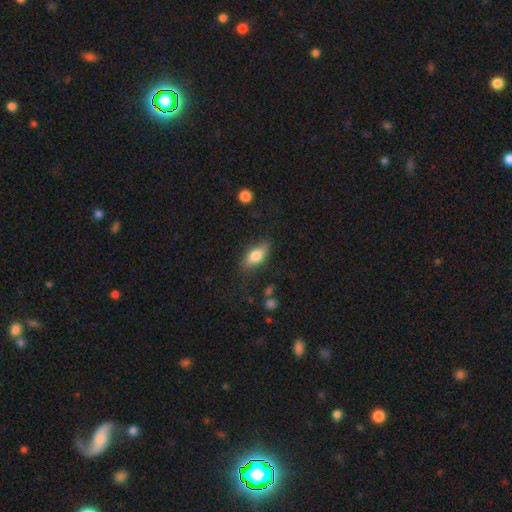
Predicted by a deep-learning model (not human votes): Smooth or featured?
  - smooth: 76% *
  - featured or disk: 16%
  - star or artifact: 7%
How rounded?
  - in between: 82% *
  - cigar-shaped: 13%
  - round: 4%
Merging?
  - none: 76% *
  - minor disturbance: 18%
  - major disturbance: 5%
  - merger: 2%